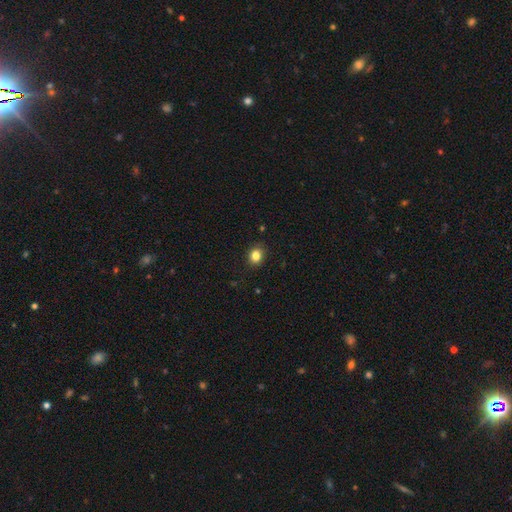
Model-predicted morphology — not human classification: smooth_or_featured: smooth (p=0.83) [alt: star or artifact p=0.11]
how_rounded: round (p=0.64) [alt: in between p=0.35]
merging: none (p=0.88) [alt: minor disturbance p=0.08]